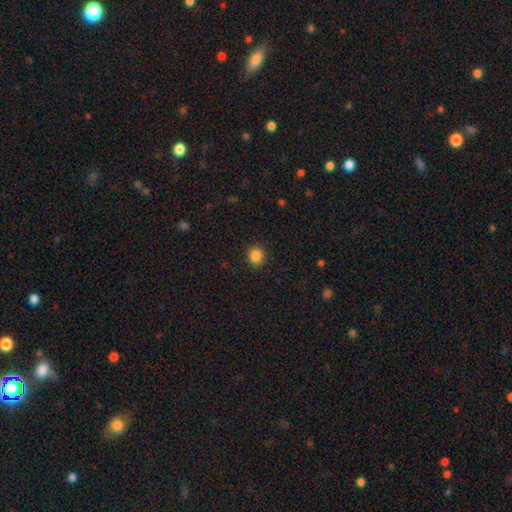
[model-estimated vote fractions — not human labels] smooth 86%, star or artifact 11%, featured or disk 4%. Down the decision tree: how rounded — round (87%); merging — none (91%).